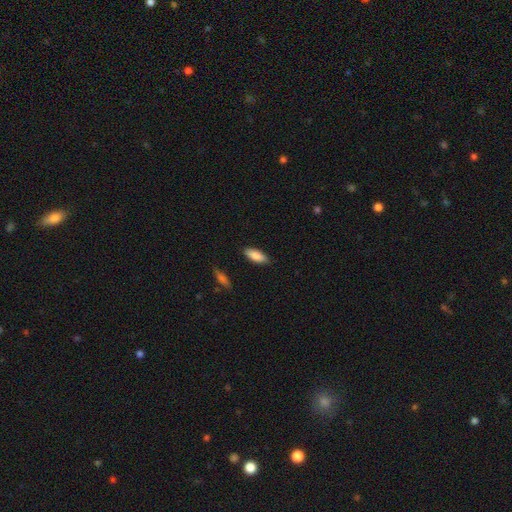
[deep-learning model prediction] The model was most divided on "how rounded": in between: 79%, cigar-shaped: 19%, round: 2%. More confident: merging — none (87%); smooth or featured — smooth (87%).